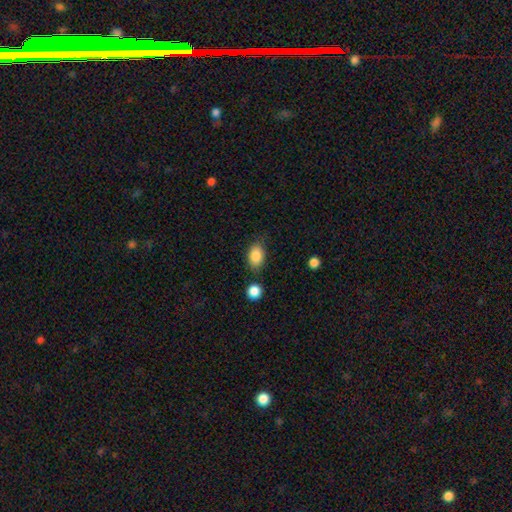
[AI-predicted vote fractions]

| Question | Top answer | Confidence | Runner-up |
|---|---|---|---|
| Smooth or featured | smooth | 86% | star or artifact (7%) |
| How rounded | in between | 85% | round (14%) |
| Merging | none | 74% | minor disturbance (17%) |